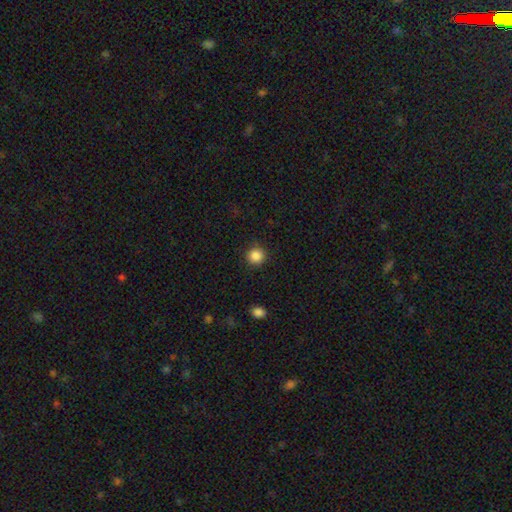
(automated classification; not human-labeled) Morphology: type=smooth (86%); roundness=round (94%); merging=none (91%).